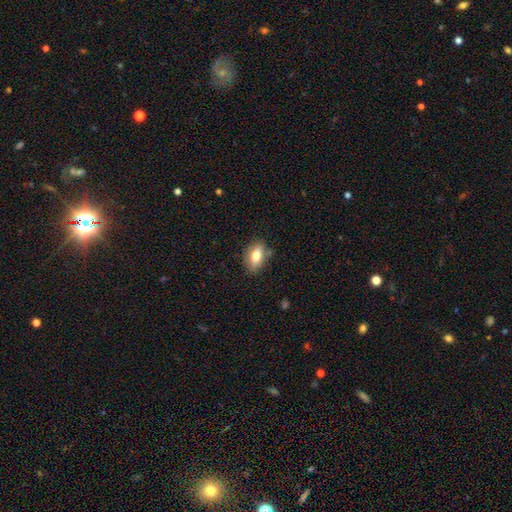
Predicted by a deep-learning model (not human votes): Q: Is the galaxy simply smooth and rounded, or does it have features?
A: smooth — 74%.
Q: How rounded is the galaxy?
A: in between — 84%.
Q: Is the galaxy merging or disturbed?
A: none — 78%.